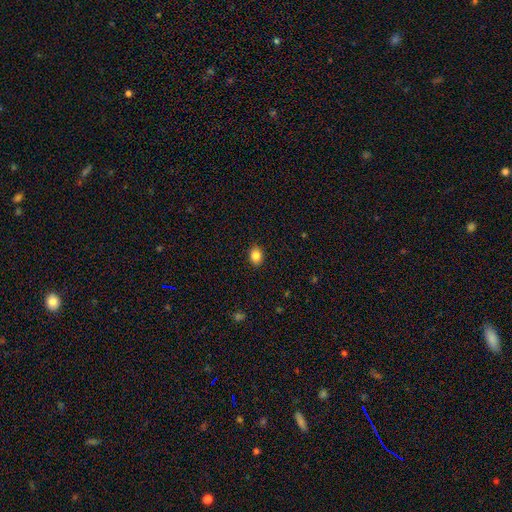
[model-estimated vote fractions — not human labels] smooth 85%, star or artifact 10%, featured or disk 5%. Down the decision tree: how rounded — in between (63%); merging — none (90%).